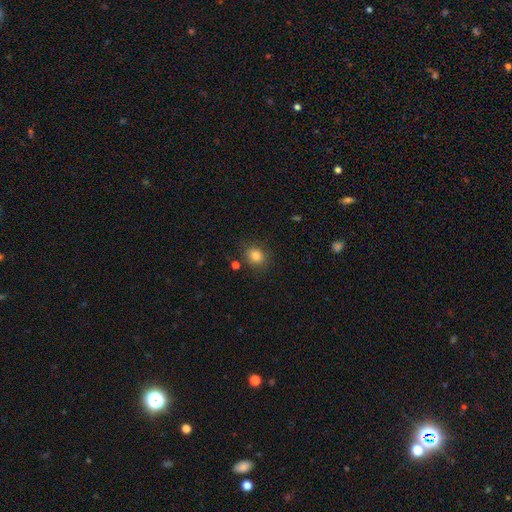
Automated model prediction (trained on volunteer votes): Smooth or featured: smooth — 82% (star or artifact — 11%)
How rounded: round — 77% (in between — 22%)
Merging: none — 81% (minor disturbance — 11%)